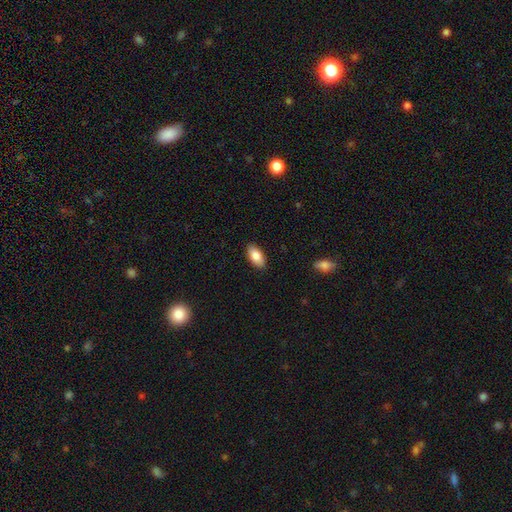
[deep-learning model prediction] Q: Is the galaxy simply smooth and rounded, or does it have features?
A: smooth — 84%.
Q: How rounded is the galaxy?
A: in between — 92%.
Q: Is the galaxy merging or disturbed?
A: none — 89%.